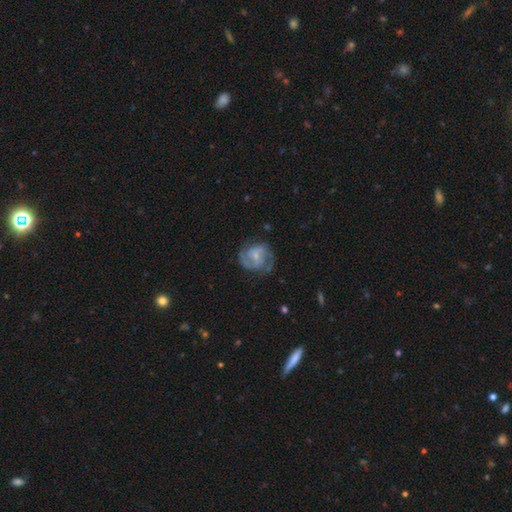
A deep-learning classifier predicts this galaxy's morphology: smooth-or-featured: featured or disk: 75% | smooth: 19% | star or artifact: 6%
  disk-edge-on: no: 98% | yes: 2%
    bar: no: 46% | weak: 43% | strong: 11%
    has-spiral-arms: yes: 90% | no: 10%
      spiral-winding: medium: 50% | tight: 33% | loose: 17%
      spiral-arm-count: 2: 77% | can't tell: 11% | 3: 6% | 1: 3% | 4: 2% | more than 4: 2%
    bulge-size: small: 63% | moderate: 25% | none: 9% | large: 2% | dominant: 1%
  merging: none: 66% | minor disturbance: 20% | major disturbance: 12% | merger: 2%